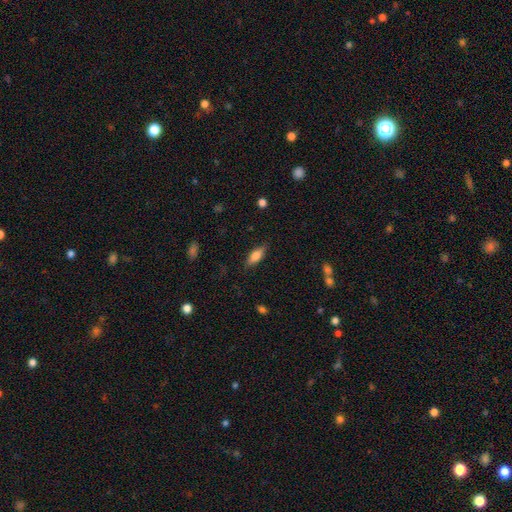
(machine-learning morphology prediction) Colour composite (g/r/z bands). It shows a smooth galaxy with no disk features (75%) that is in between round and cigar-shaped (72%). Merging: none (81%).